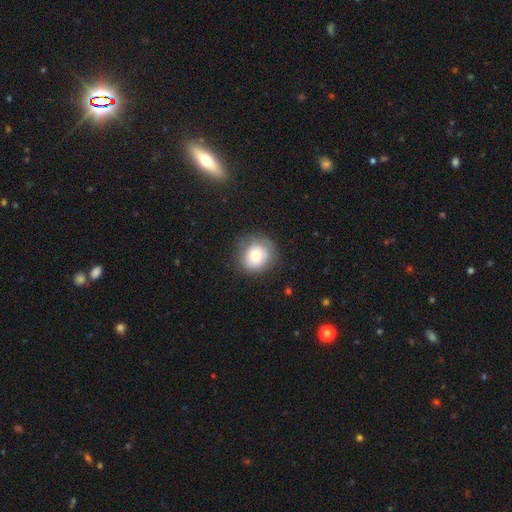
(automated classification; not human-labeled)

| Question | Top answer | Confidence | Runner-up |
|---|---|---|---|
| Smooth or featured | smooth | 68% | featured or disk (22%) |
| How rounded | round | 82% | in between (17%) |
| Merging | none | 74% | minor disturbance (18%) |